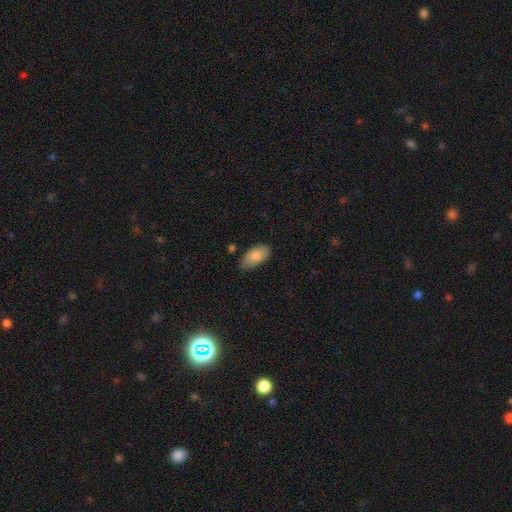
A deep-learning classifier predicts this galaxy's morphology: This appears to be a smooth galaxy with no disk features (80%) that is in between round and cigar-shaped (94%). Merging: none (76%).